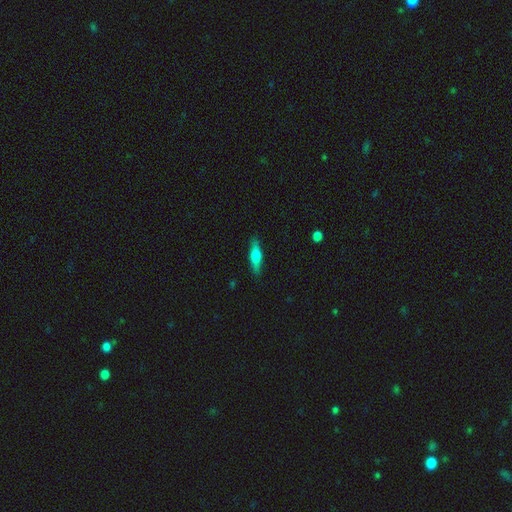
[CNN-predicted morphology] This appears to be a smooth galaxy with no disk features (50%). Merging: none (88%).